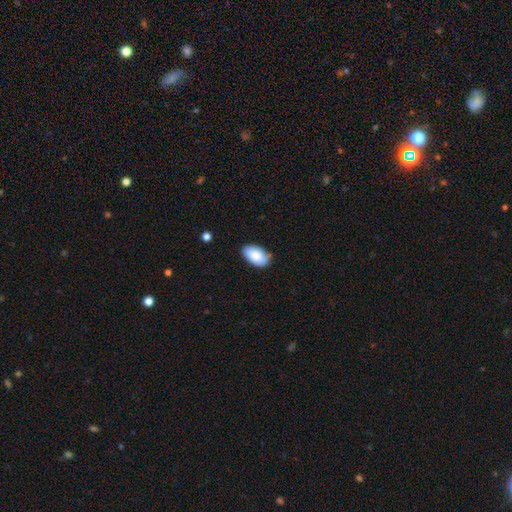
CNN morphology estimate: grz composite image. It shows a smooth galaxy with no disk features (85%) that is in between round and cigar-shaped (95%). Merging: none (80%).